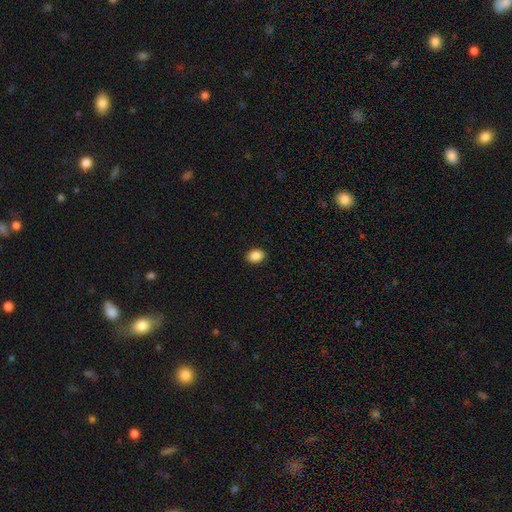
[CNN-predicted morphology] A smooth galaxy with no disk features (89%) that is in between round and cigar-shaped (75%). Merging: none (90%).